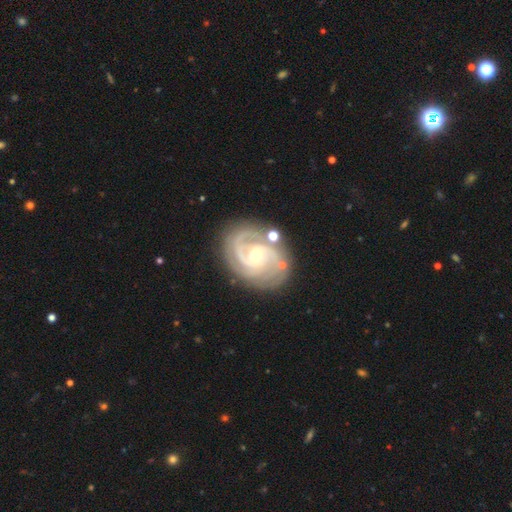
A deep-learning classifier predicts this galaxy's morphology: type=featured or disk (90%); edge-on=no (97%); bar=no (52%); spiral arms=yes (98%); winding=tight (54%); arm count=2 (51%); bulge=small (52%); merging=none (74%).